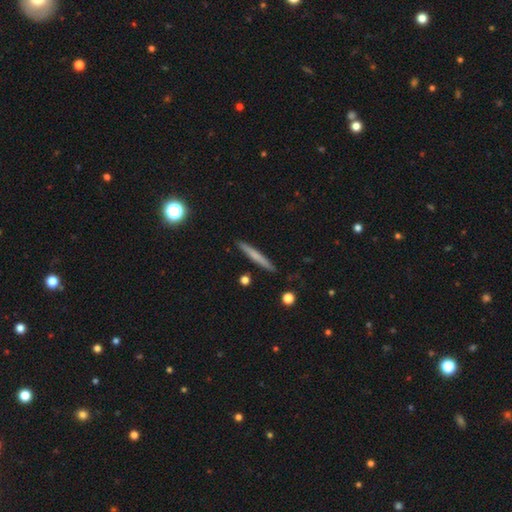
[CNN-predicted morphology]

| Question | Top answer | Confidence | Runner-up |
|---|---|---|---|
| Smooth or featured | smooth | 62% | featured or disk (31%) |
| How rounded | cigar-shaped | 96% | in between (3%) |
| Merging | none | 90% | minor disturbance (7%) |